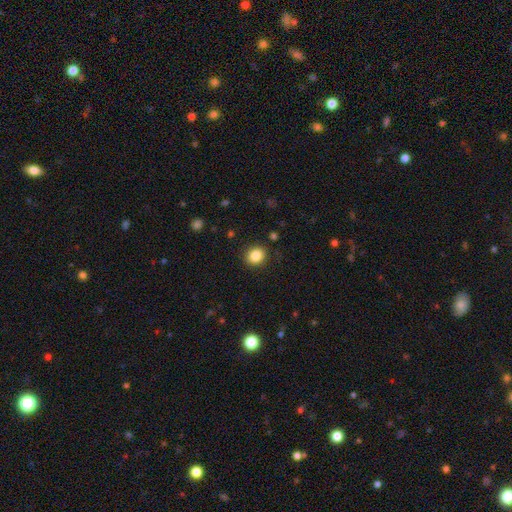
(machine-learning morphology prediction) smooth_or_featured: smooth (p=0.86) [alt: star or artifact p=0.10]
how_rounded: round (p=0.73) [alt: in between p=0.26]
merging: none (p=0.88) [alt: minor disturbance p=0.08]